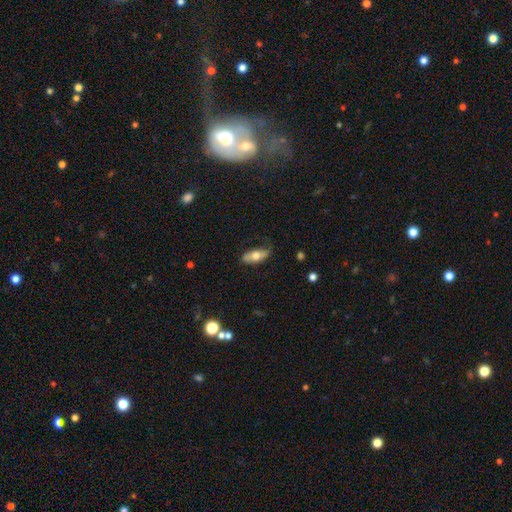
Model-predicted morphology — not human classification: type=smooth (63%); roundness=in between (77%); merging=none (73%).